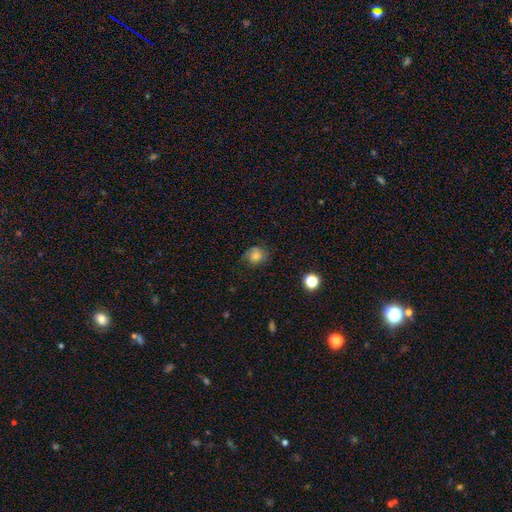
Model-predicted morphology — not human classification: Smooth or featured?
  - smooth: 69% *
  - featured or disk: 19%
  - star or artifact: 13%
How rounded?
  - round: 79% *
  - in between: 21%
  - cigar-shaped: 1%
Merging?
  - none: 73% *
  - minor disturbance: 20%
  - major disturbance: 6%
  - merger: 1%